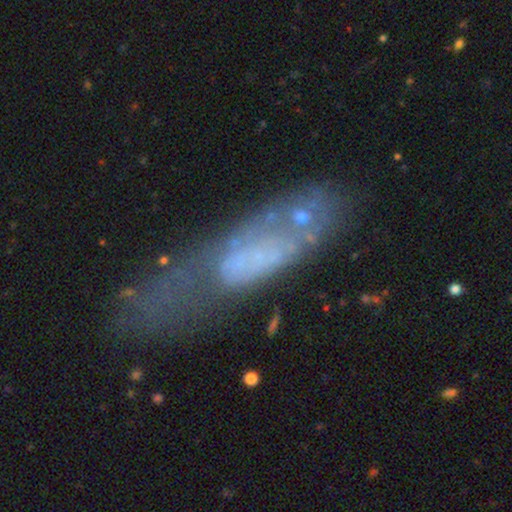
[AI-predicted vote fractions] Smooth or featured? Predicted: featured or disk (p=0.49). Merging? Predicted: none (p=0.38).